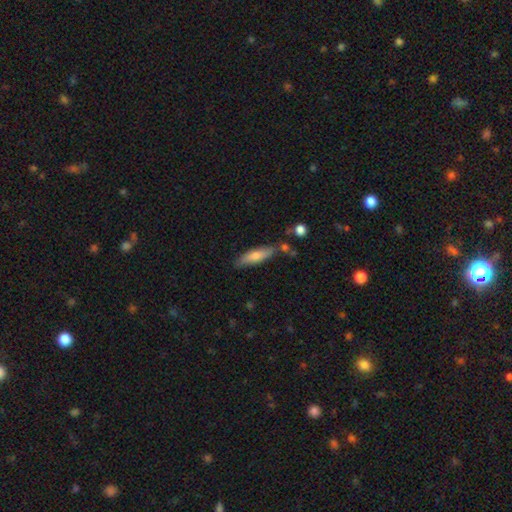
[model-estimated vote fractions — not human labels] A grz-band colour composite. It shows a smooth galaxy with no disk features (64%) that is cigar-shaped (72%). Merging: none (76%).